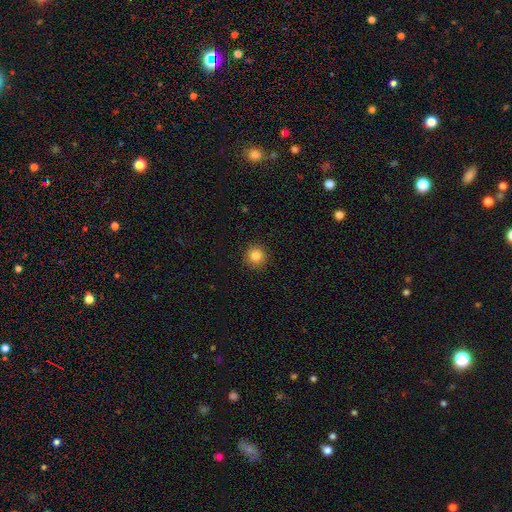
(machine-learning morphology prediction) This appears to be a smooth galaxy with no disk features (84%) that is round (94%). Merging: none (92%).